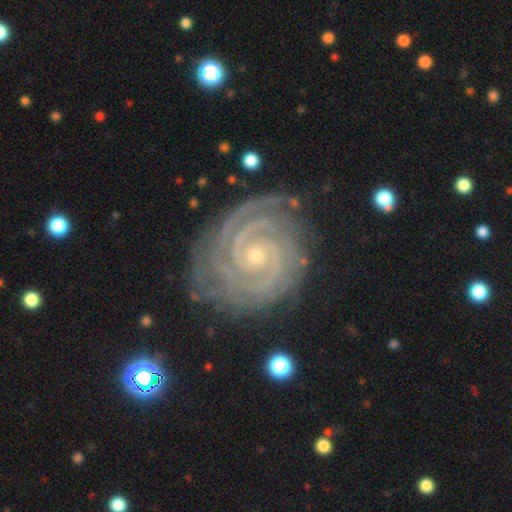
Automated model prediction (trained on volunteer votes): A featured or disk galaxy (93%) with no bar (69%), 2 (55%) tight (87%) spiral arms (99%) and a small central bulge (77%). Merging: none (79%).